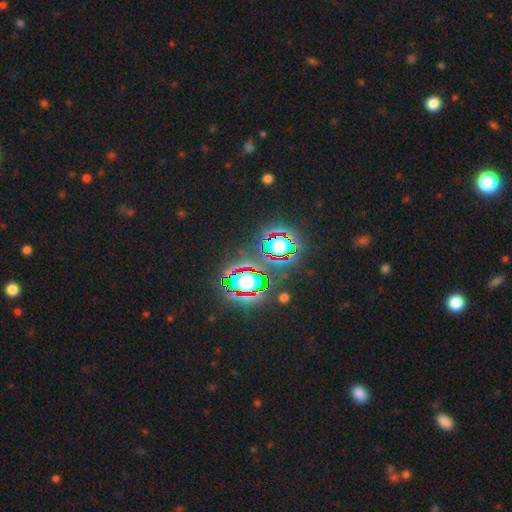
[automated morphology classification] Smooth or featured: star or artifact — 81% (smooth — 12%)